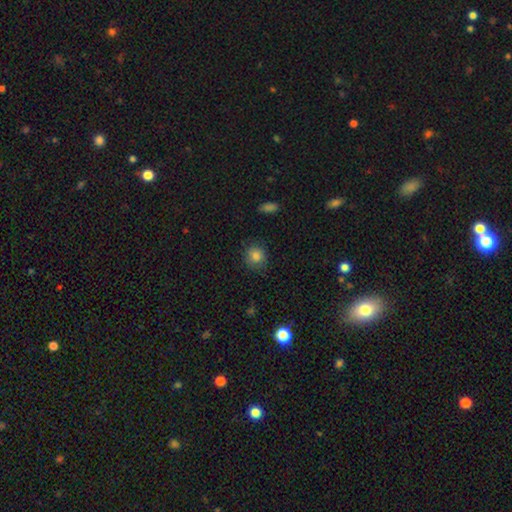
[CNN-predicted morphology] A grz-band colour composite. It shows a smooth galaxy with no disk features (84%) that is round (84%). Merging: none (79%).